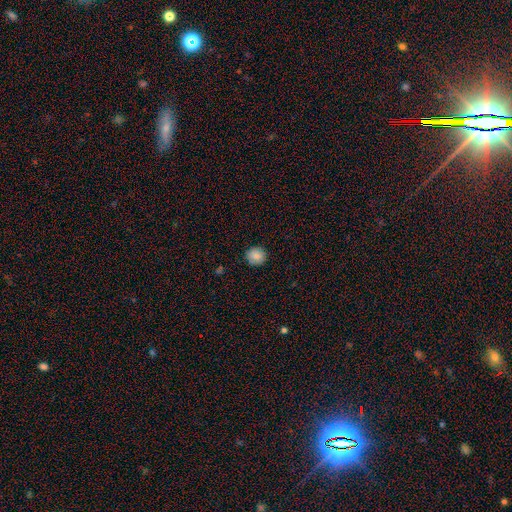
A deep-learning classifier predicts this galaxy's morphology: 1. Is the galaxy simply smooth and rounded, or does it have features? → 86% smooth, 9% star or artifact, 5% featured or disk.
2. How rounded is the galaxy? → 91% round, 8% in between, 1% cigar-shaped.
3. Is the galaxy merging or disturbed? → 89% none, 8% minor disturbance, 2% major disturbance, 1% merger.